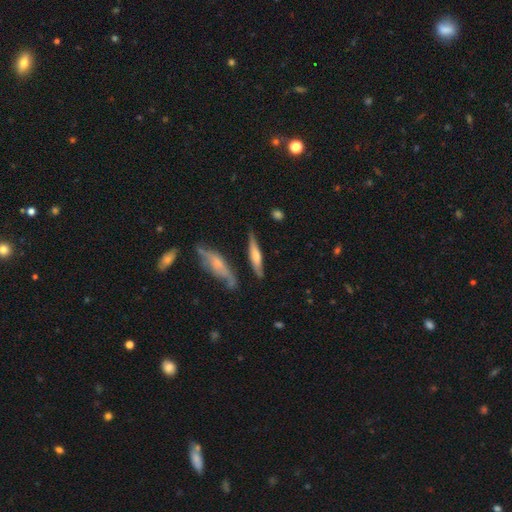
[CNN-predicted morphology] A featured or disk galaxy (49%). Merging: none (74%).